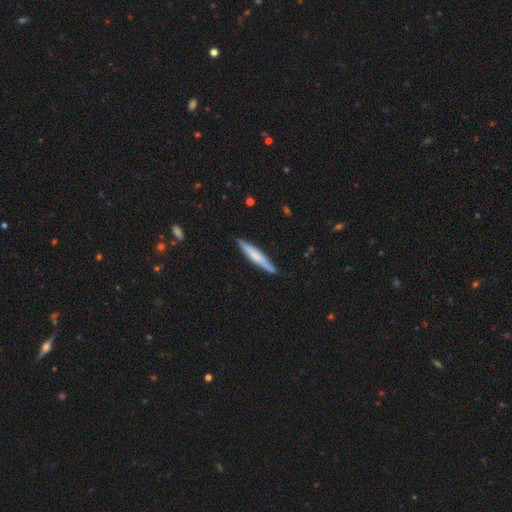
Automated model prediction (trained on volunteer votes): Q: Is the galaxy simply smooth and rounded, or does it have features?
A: smooth — 56%.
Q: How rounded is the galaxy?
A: cigar-shaped — 93%.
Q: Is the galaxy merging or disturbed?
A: none — 89%.